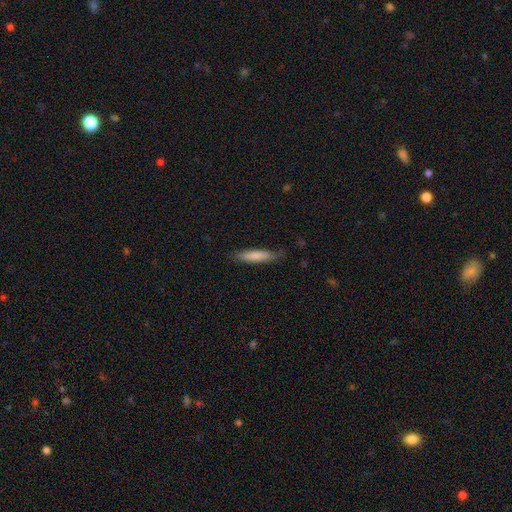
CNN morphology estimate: smooth-or-featured: smooth: 81% | featured or disk: 14% | star or artifact: 5%
  how-rounded: cigar-shaped: 83% | in between: 16% | round: 1%
  merging: none: 78% | minor disturbance: 18% | major disturbance: 3% | merger: 1%